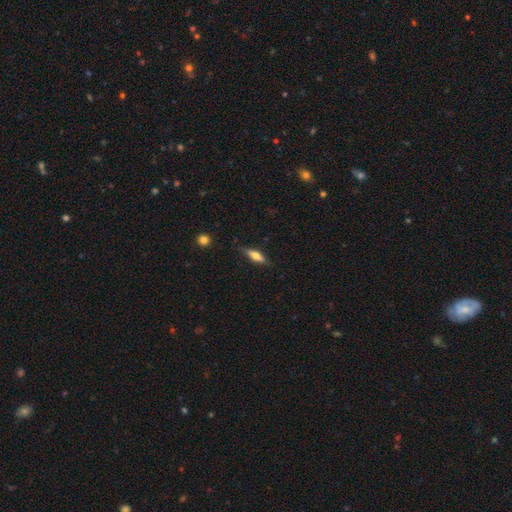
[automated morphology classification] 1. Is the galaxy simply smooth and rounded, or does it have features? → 56% smooth, 37% featured or disk, 7% star or artifact.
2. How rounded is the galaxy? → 55% cigar-shaped, 42% in between, 3% round.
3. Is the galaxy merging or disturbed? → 80% none, 15% minor disturbance, 3% major disturbance, 1% merger.